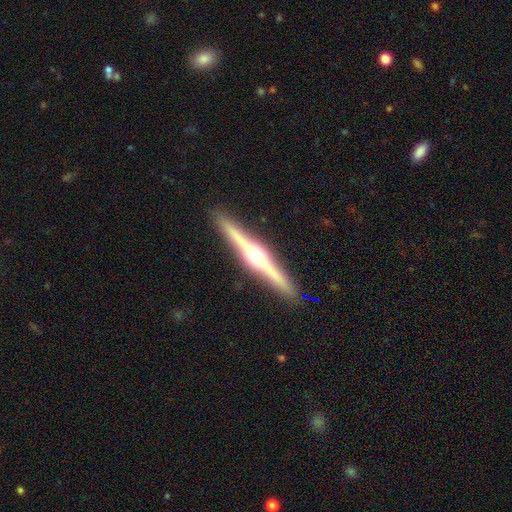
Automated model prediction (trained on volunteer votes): Smooth or featured?
  - featured or disk: 83% *
  - smooth: 12%
  - star or artifact: 5%
Edge-on disk?
  - yes: 99% *
  - no: 1%
Edge-on bulge?
  - rounded: 94% *
  - boxy: 4%
  - none: 2%
Merging?
  - none: 92% *
  - minor disturbance: 6%
  - major disturbance: 1%
  - merger: 1%